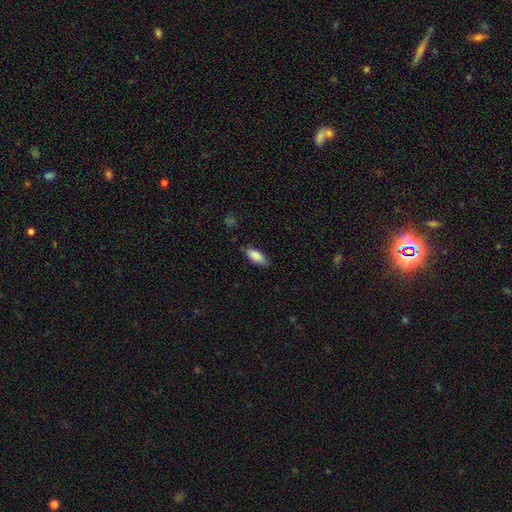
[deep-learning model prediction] Morphology: type=smooth (86%); roundness=in between (84%); merging=none (77%).